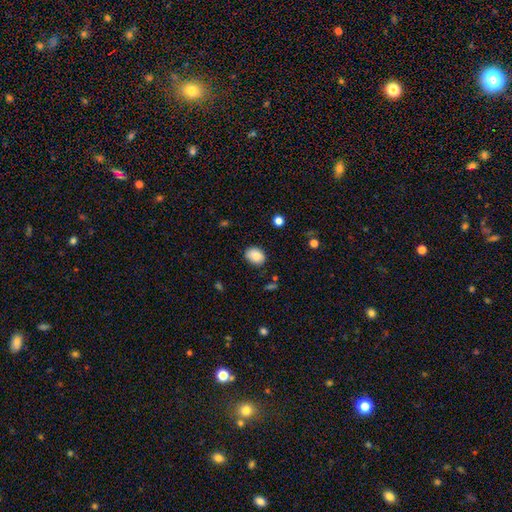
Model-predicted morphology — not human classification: A smooth galaxy with no disk features (87%) that is in between round and cigar-shaped (68%).

Vote fractions:
- Smooth or featured? smooth: 87% / star or artifact: 8% / featured or disk: 5%
- How rounded? in between: 68% / round: 31% / cigar-shaped: 1%
- Merging? none: 78% / minor disturbance: 17% / major disturbance: 3% / merger: 2%